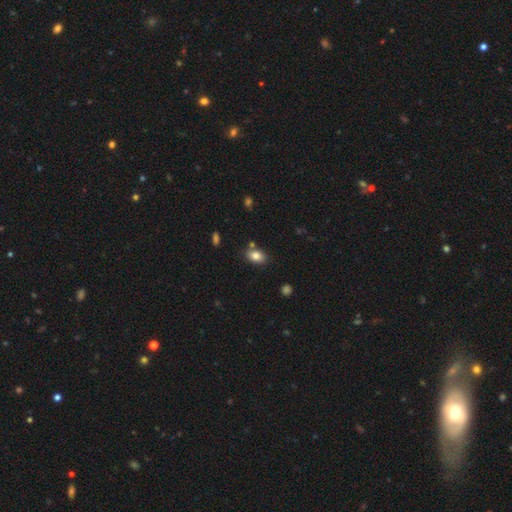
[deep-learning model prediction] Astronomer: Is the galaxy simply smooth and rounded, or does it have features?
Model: smooth — 83%.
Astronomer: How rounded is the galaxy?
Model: in between — 84%.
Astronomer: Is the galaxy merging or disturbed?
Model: none — 76%.